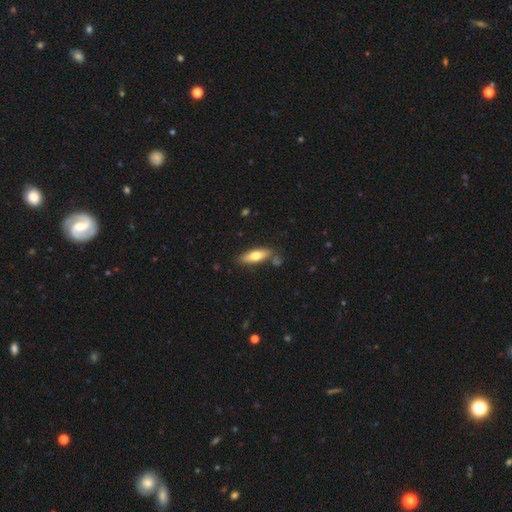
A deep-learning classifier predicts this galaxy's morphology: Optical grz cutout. It shows a smooth galaxy with no disk features (68%) that is in between round and cigar-shaped (52%). Merging: none (77%).